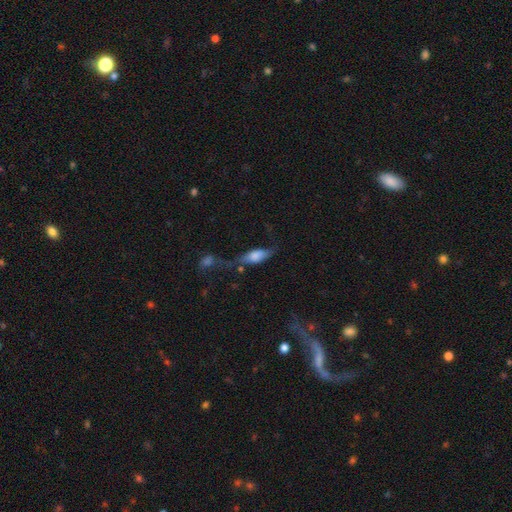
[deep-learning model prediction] Smooth or featured: smooth — 63% (featured or disk — 29%)
How rounded: in between — 76% (cigar-shaped — 20%)
Merging: none — 30% (major disturbance — 26%)